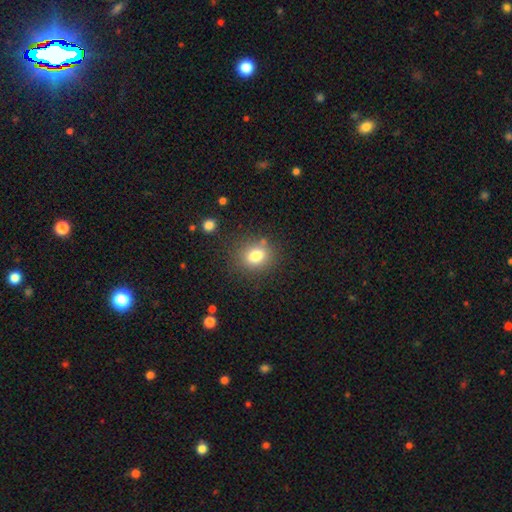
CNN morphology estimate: The model was most divided on "how rounded": round: 57%, in between: 42%, cigar-shaped: 1%. More confident: merging — none (79%); smooth or featured — smooth (79%).